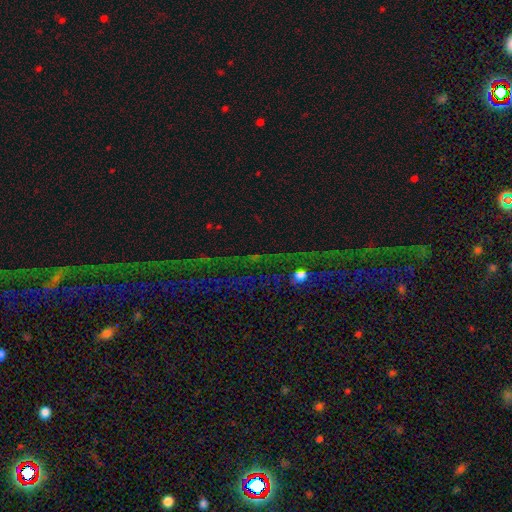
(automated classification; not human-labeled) smooth_or_featured: star or artifact (p=0.80) [alt: featured or disk p=0.11]